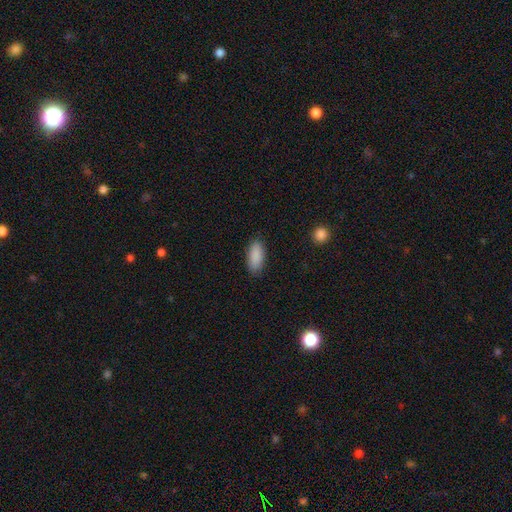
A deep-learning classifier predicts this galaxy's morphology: Smooth or featured: smooth — 90% (star or artifact — 6%)
How rounded: in between — 84% (cigar-shaped — 14%)
Merging: none — 87% (minor disturbance — 10%)